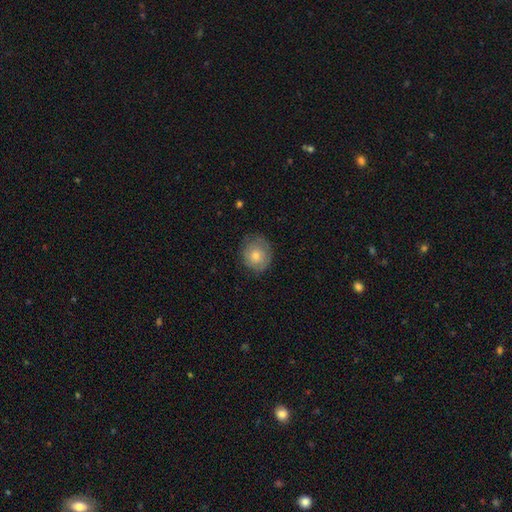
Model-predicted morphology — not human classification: This appears to be a smooth galaxy with no disk features (64%) that is round (80%). Merging: none (75%).